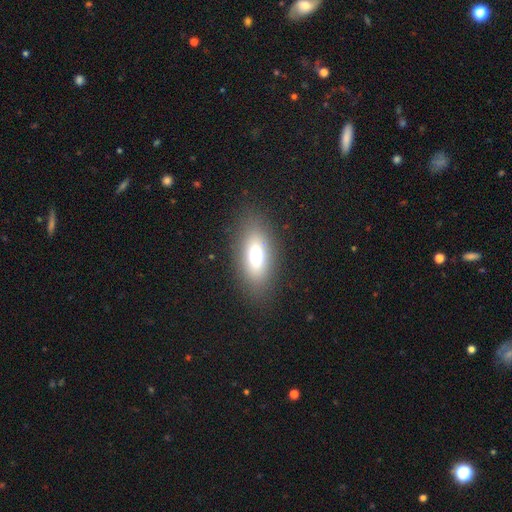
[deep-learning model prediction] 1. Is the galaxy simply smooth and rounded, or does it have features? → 70% smooth, 19% featured or disk, 11% star or artifact.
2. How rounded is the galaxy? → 82% in between, 12% cigar-shaped, 6% round.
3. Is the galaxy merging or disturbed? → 85% none, 10% minor disturbance, 5% major disturbance, 1% merger.